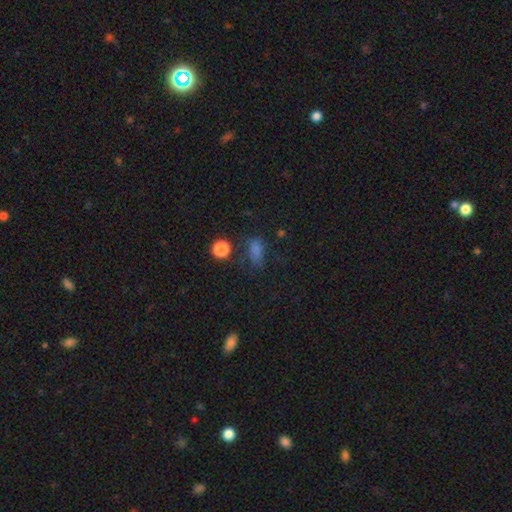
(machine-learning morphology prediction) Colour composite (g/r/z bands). It shows a smooth galaxy with no disk features (54%) that is in between round and cigar-shaped (68%). Merging: none (67%).